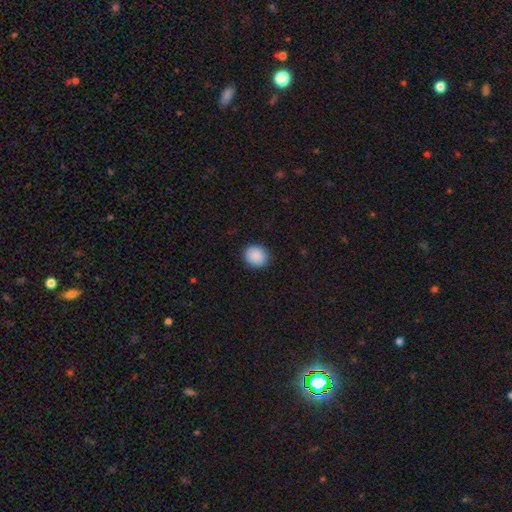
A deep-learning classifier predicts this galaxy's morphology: type=smooth (90%); roundness=round (70%); merging=none (89%).